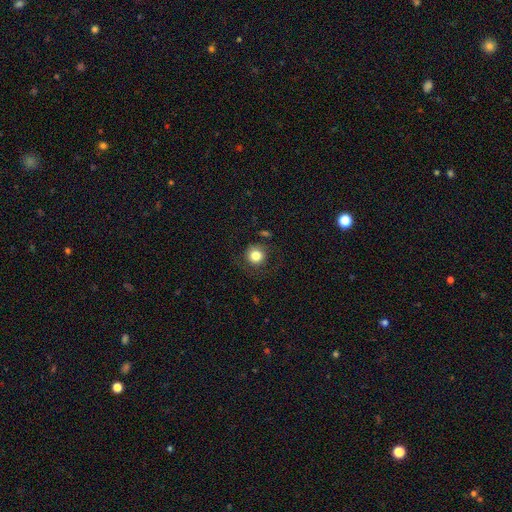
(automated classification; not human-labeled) This appears to be a smooth galaxy with no disk features (81%) that is round (93%). Merging: none (78%).